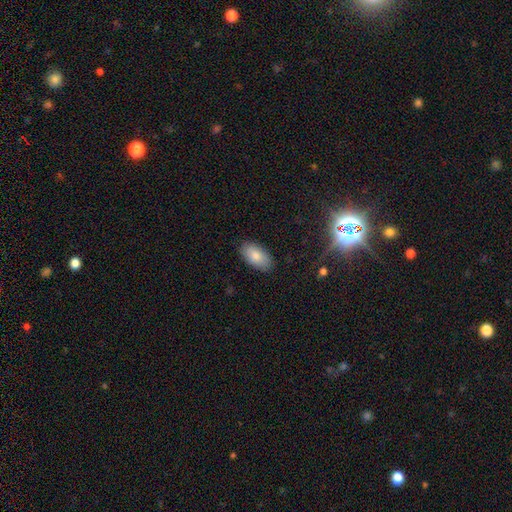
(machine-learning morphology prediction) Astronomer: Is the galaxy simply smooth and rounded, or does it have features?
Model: smooth — 83%.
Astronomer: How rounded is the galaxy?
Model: in between — 95%.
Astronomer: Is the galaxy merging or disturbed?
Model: none — 87%.